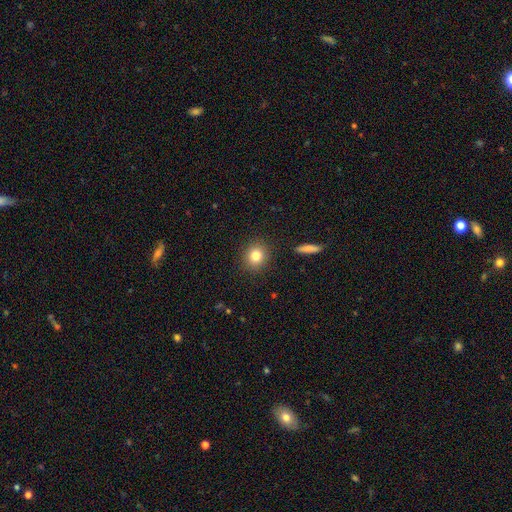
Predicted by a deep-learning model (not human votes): Smooth or featured: smooth — 81% (star or artifact — 11%)
How rounded: round — 82% (in between — 17%)
Merging: none — 90% (minor disturbance — 7%)